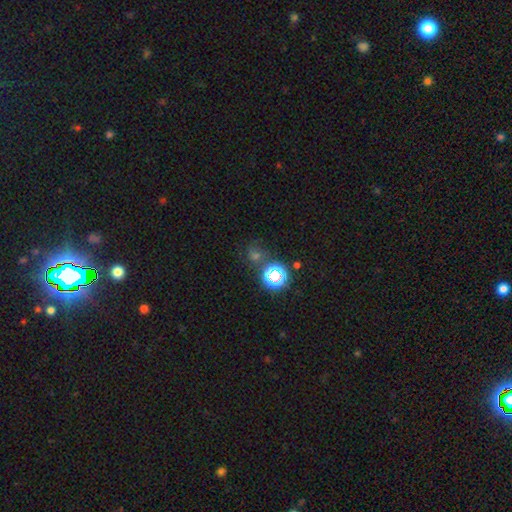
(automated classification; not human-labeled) Q: Smooth or featured?
A: star or artifact (49%); runner-up: smooth (39%)